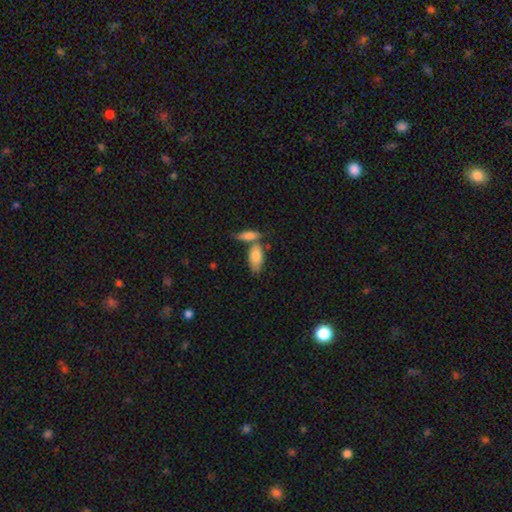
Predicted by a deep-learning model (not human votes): This is clearly a smooth galaxy (81%). How rounded: clearly in between (88%). Merging: marginally none (44%).